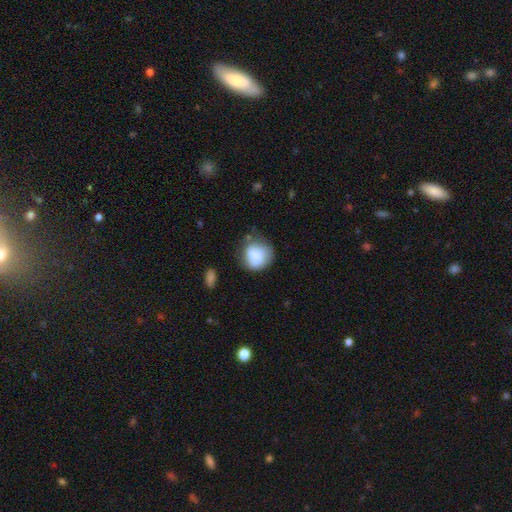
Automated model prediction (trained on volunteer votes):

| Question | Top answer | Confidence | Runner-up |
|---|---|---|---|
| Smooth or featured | smooth | 72% | featured or disk (20%) |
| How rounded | round | 79% | in between (20%) |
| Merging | none | 56% | minor disturbance (27%) |